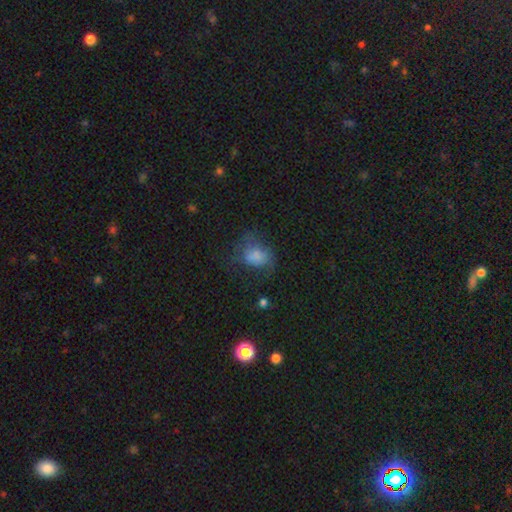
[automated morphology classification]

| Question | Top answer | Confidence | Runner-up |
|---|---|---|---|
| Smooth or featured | smooth | 65% | featured or disk (21%) |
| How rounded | in between | 58% | round (40%) |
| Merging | none | 39% | major disturbance (32%) |